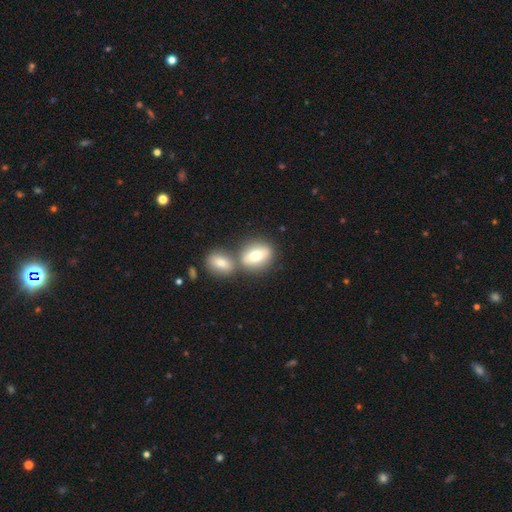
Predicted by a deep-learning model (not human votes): A smooth galaxy with no disk features (70%) that is in between round and cigar-shaped (69%).

Vote fractions:
- Smooth or featured? smooth: 70% / featured or disk: 22% / star or artifact: 7%
- How rounded? in between: 69% / round: 28% / cigar-shaped: 4%
- Merging? none: 50% / merger: 39% / minor disturbance: 8% / major disturbance: 3%